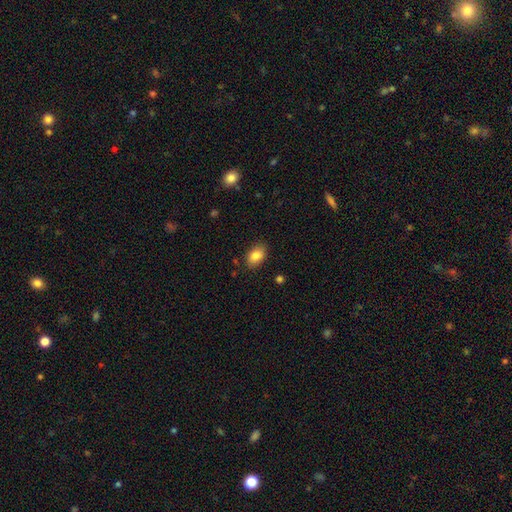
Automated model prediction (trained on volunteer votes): A smooth galaxy with no disk features (84%) that is in between round and cigar-shaped (84%).

Vote fractions:
- Smooth or featured? smooth: 84% / star or artifact: 8% / featured or disk: 8%
- How rounded? in between: 84% / round: 15% / cigar-shaped: 1%
- Merging? none: 86% / minor disturbance: 11% / major disturbance: 2% / merger: 1%